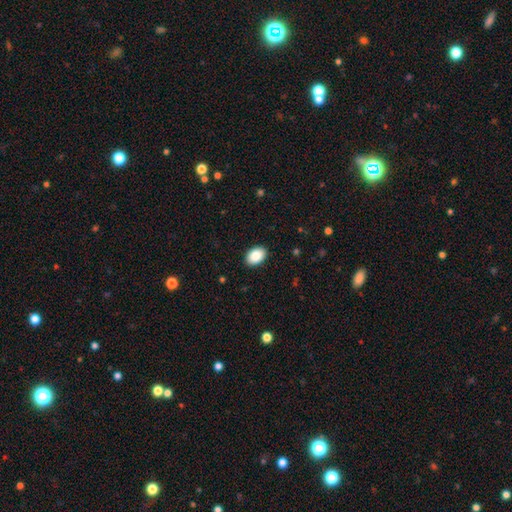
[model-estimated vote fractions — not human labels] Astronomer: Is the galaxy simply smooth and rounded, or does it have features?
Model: smooth — 89%.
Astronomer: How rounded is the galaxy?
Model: in between — 85%.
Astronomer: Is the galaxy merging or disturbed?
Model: none — 90%.